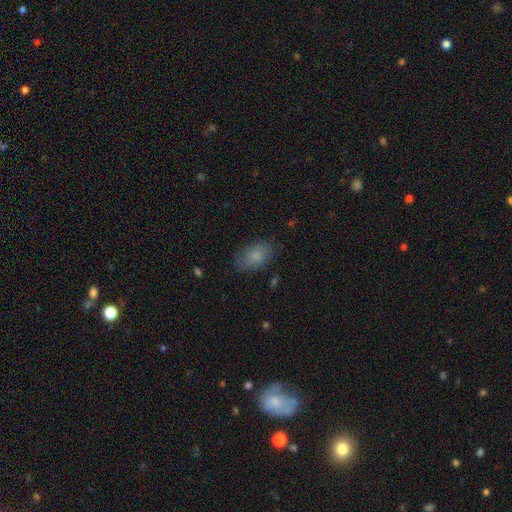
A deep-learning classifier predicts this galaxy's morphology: Smooth or featured?
  - smooth: 84% *
  - featured or disk: 9%
  - star or artifact: 8%
How rounded?
  - in between: 89% *
  - round: 9%
  - cigar-shaped: 2%
Merging?
  - none: 79% *
  - minor disturbance: 16%
  - major disturbance: 4%
  - merger: 1%